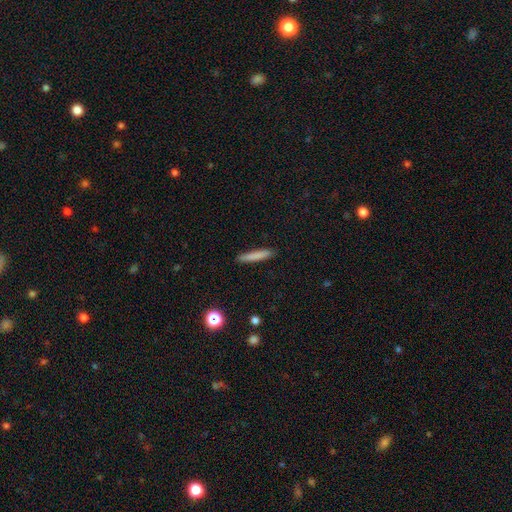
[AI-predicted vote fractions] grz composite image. It shows a smooth galaxy with no disk features (81%) that is cigar-shaped (93%). Merging: none (90%).